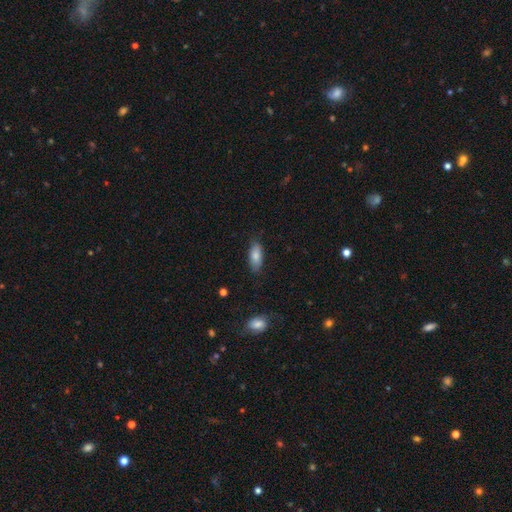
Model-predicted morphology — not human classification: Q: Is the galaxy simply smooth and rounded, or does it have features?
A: smooth — 81%.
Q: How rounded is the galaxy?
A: in between — 82%.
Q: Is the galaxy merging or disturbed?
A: none — 79%.